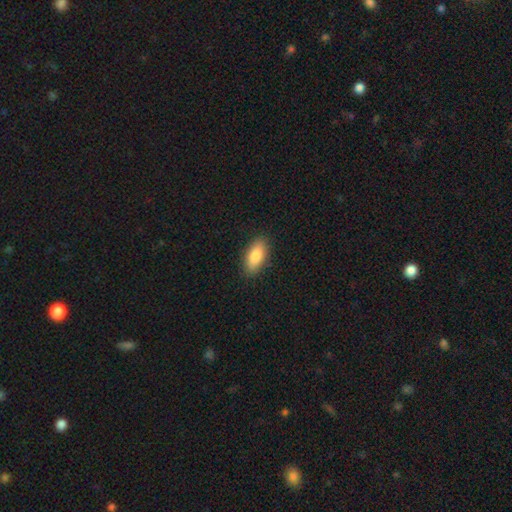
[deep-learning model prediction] Smooth or featured? smooth (83%)
How rounded? in between (86%)
Merging? none (88%)